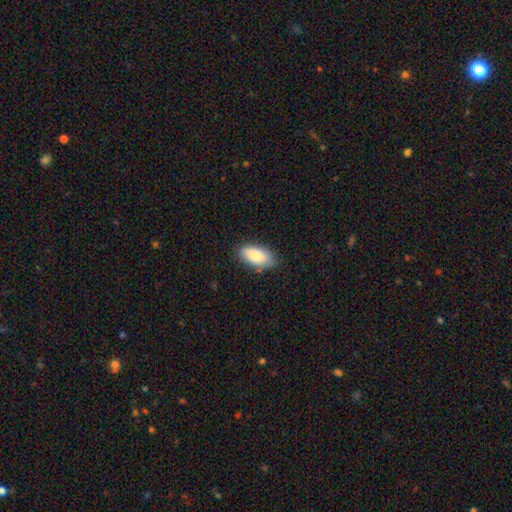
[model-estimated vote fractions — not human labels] Overall: smooth (83%). How rounded: in between (92%). Merging: none (81%).